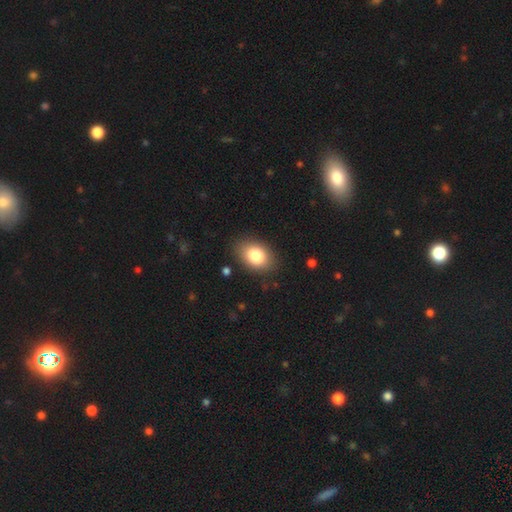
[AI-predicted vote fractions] A smooth galaxy with no disk features (83%) that is in between round and cigar-shaped (80%).

Vote fractions:
- Smooth or featured? smooth: 83% / featured or disk: 9% / star or artifact: 8%
- How rounded? in between: 80% / round: 19% / cigar-shaped: 1%
- Merging? none: 86% / minor disturbance: 10% / major disturbance: 3% / merger: 1%